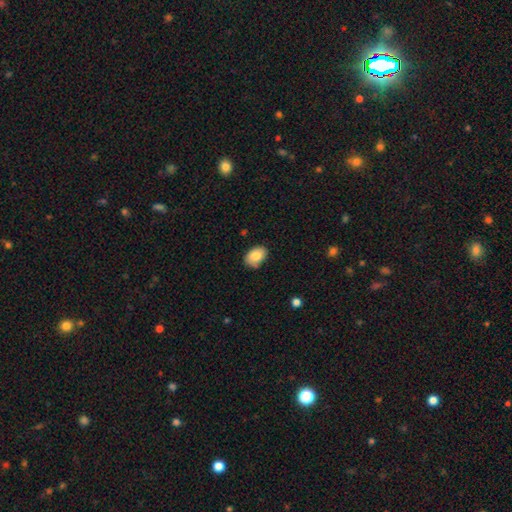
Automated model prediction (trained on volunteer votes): Smooth or featured: smooth — 83% (featured or disk — 9%)
How rounded: in between — 82% (round — 17%)
Merging: none — 74% (minor disturbance — 20%)